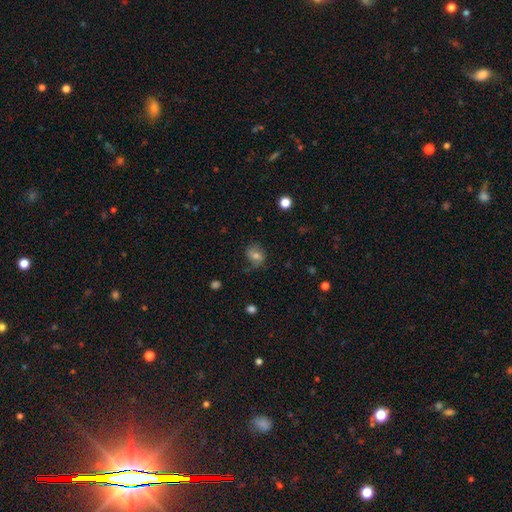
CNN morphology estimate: Smooth or featured?
  - smooth: 67% *
  - featured or disk: 21%
  - star or artifact: 12%
How rounded?
  - round: 53% *
  - in between: 46%
  - cigar-shaped: 1%
Merging?
  - none: 68% *
  - minor disturbance: 22%
  - major disturbance: 8%
  - merger: 2%